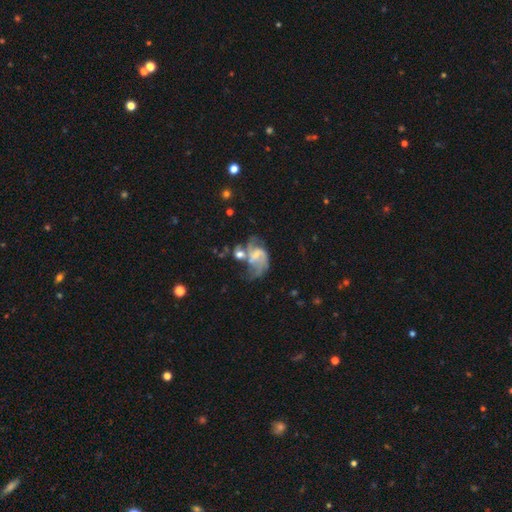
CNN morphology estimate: Smooth or featured? Predicted: featured or disk (p=0.75). Edge-on disk? Predicted: no (p=0.98). Bar? Predicted: weak (p=0.48). Spiral arms? Predicted: yes (p=0.87). Spiral winding? Predicted: loose (p=0.46). Spiral arm count? Predicted: 2 (p=0.75). Bulge size? Predicted: small (p=0.47). Merging? Predicted: merger (p=0.32).